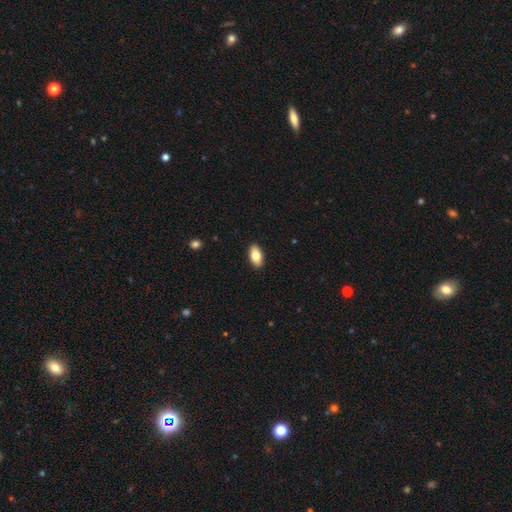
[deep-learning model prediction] Q: Smooth or featured?
A: smooth (80%); runner-up: featured or disk (13%)
Q: How rounded?
A: in between (92%); runner-up: round (4%)
Q: Merging?
A: none (90%); runner-up: minor disturbance (7%)